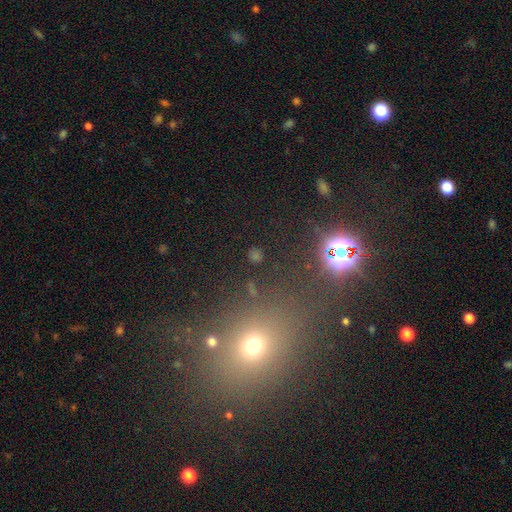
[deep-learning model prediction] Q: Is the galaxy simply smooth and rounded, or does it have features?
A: star or artifact — 50%.